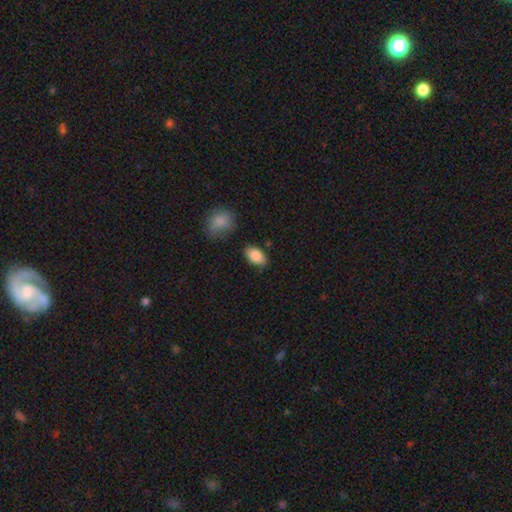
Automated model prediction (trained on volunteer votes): Overall: smooth (88%). How rounded: in between (91%). Merging: none (80%).